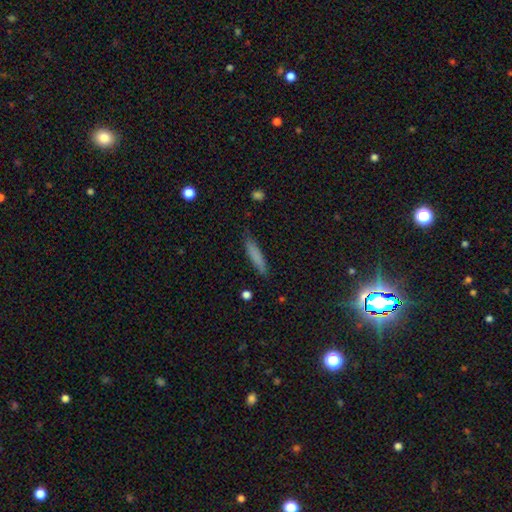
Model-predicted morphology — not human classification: The model was most divided on "smooth or featured": smooth: 79%, featured or disk: 13%, star or artifact: 8%. More confident: how rounded — cigar-shaped (87%); merging — none (82%).